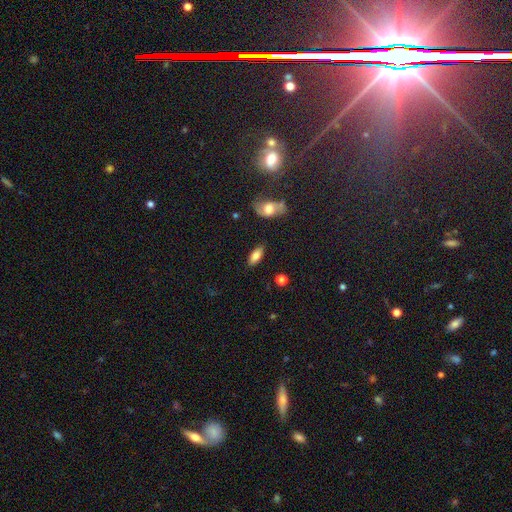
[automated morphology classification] Smooth or featured?
  - smooth: 79% *
  - featured or disk: 14%
  - star or artifact: 7%
How rounded?
  - in between: 83% *
  - cigar-shaped: 14%
  - round: 3%
Merging?
  - none: 83% *
  - minor disturbance: 12%
  - major disturbance: 3%
  - merger: 2%